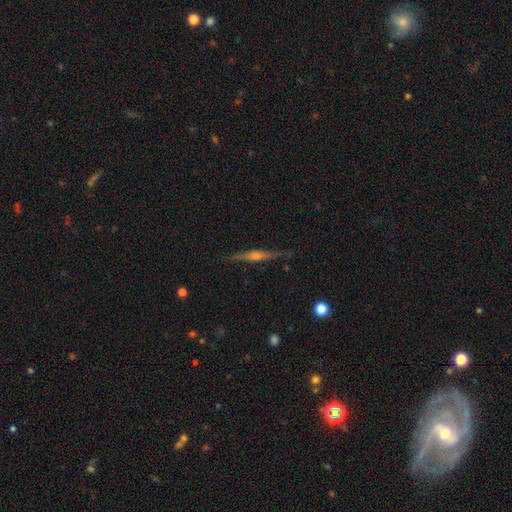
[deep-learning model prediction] The model was most divided on "smooth or featured": featured or disk: 78%, smooth: 15%, star or artifact: 7%. More confident: edge-on disk — yes (98%); merging — none (88%); edge-on bulge — rounded (81%).